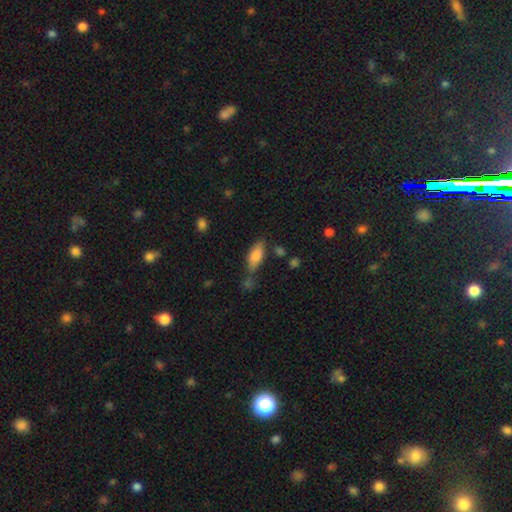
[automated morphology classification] This appears to be a smooth galaxy with no disk features (80%) that is in between round and cigar-shaped (80%). Merging: none (56%).